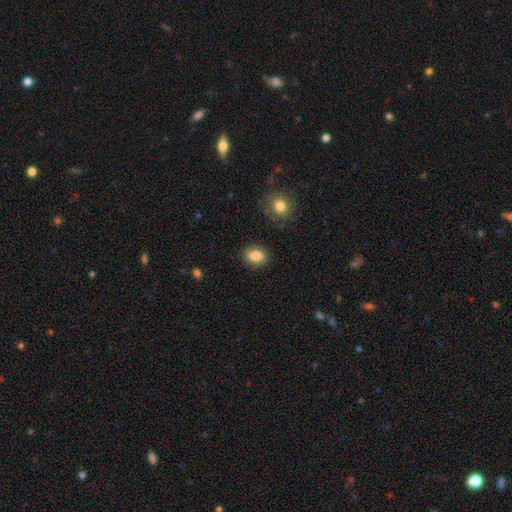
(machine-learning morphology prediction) Overall: smooth (84%). How rounded: in between (66%; round 33%). Merging: none (86%).